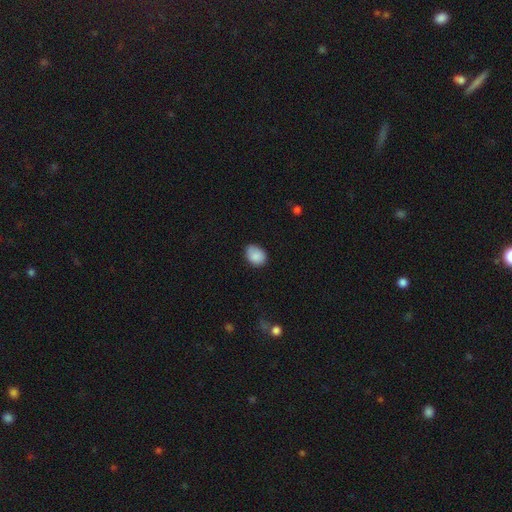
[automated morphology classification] Smooth or featured? Predicted: smooth (p=0.87). How rounded? Predicted: in between (p=0.63). Merging? Predicted: none (p=0.70).